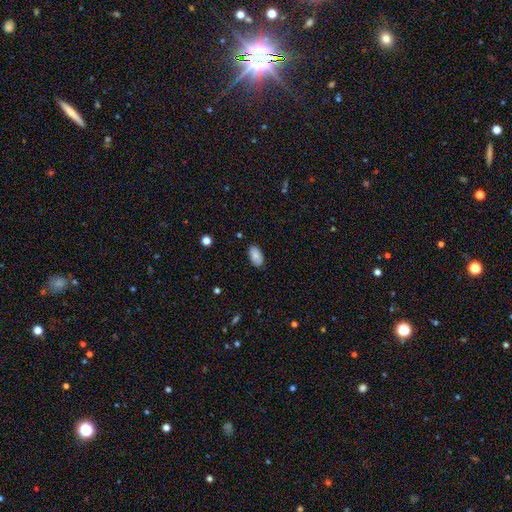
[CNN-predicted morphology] The model was most divided on "merging": none: 85%, minor disturbance: 12%, major disturbance: 2%, merger: 1%. More confident: how rounded — in between (95%); smooth or featured — smooth (84%).